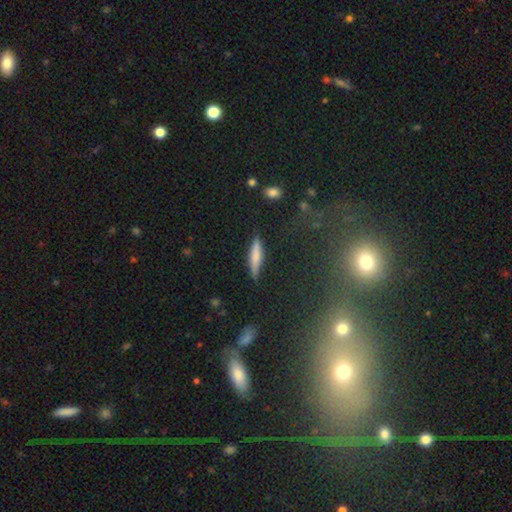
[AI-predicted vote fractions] A smooth galaxy with no disk features (67%) that is cigar-shaped (84%). Merging: none (79%).